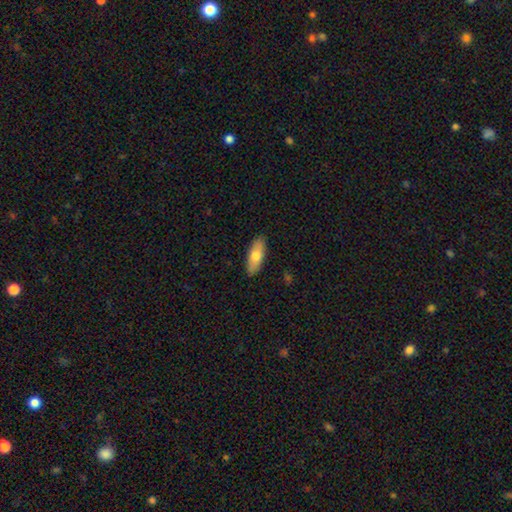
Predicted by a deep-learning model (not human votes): Smooth or featured?
  - smooth: 71% *
  - featured or disk: 23%
  - star or artifact: 6%
How rounded?
  - in between: 69% *
  - cigar-shaped: 29%
  - round: 3%
Merging?
  - none: 89% *
  - minor disturbance: 8%
  - major disturbance: 2%
  - merger: 1%